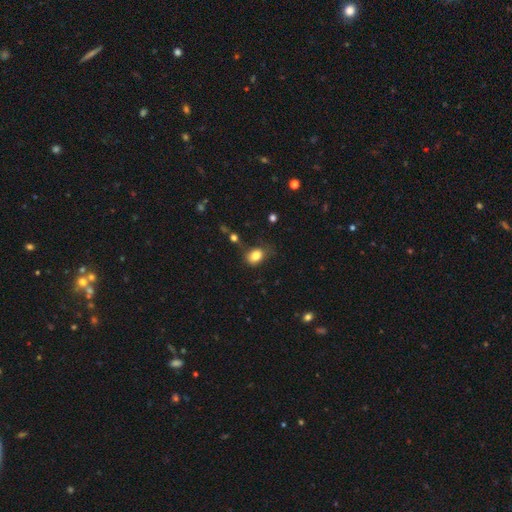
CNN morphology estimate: Overall: smooth (82%). How rounded: in between (60%; round 39%). Merging: none (64%; minor disturbance 24%).